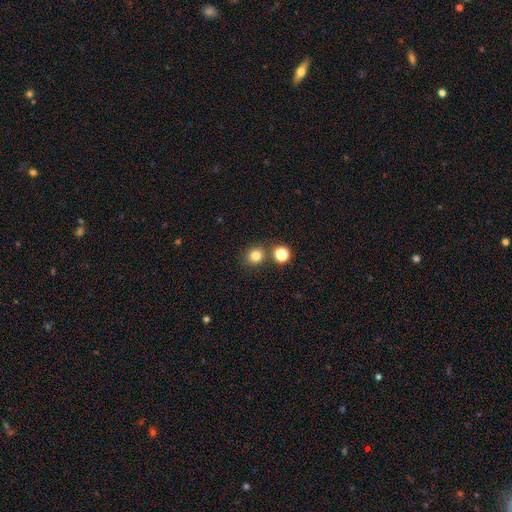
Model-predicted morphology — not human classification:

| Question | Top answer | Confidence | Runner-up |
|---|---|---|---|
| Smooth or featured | smooth | 80% | star or artifact (14%) |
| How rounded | round | 84% | in between (15%) |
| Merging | none | 77% | merger (12%) |